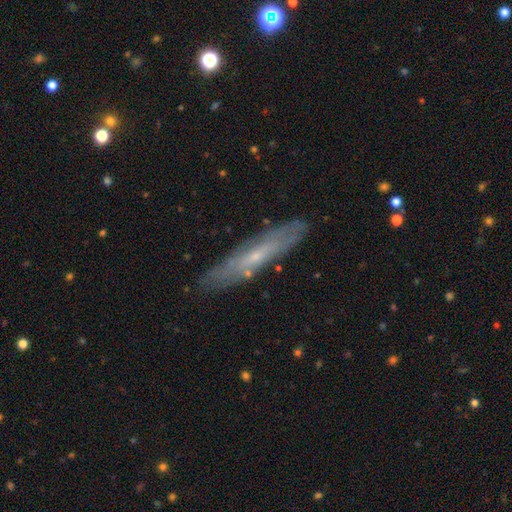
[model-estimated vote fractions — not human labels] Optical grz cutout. It shows a featured or disk galaxy (59%) viewed edge-on (63%). Merging: none (81%).